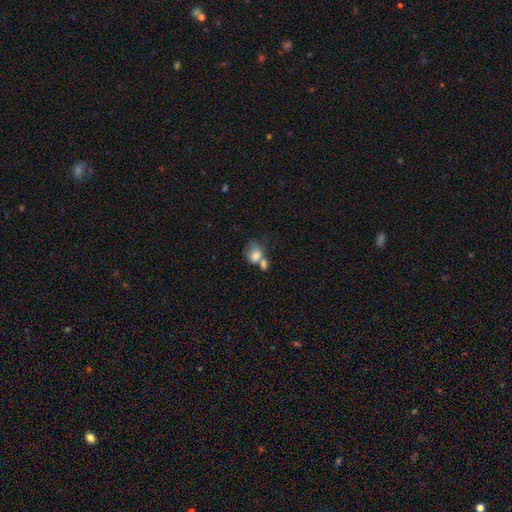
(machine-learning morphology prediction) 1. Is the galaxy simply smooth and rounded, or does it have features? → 75% smooth, 16% featured or disk, 9% star or artifact.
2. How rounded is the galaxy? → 59% in between, 40% round, 1% cigar-shaped.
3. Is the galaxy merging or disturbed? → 54% merger, 21% none, 14% minor disturbance, 11% major disturbance.